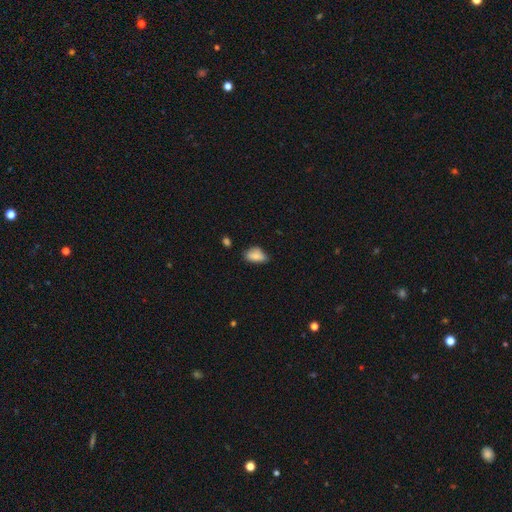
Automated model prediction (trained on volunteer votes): smooth-or-featured: smooth: 83% | featured or disk: 9% | star or artifact: 8%
  how-rounded: in between: 90% | round: 7% | cigar-shaped: 3%
  merging: none: 54% | minor disturbance: 37% | major disturbance: 6% | merger: 3%